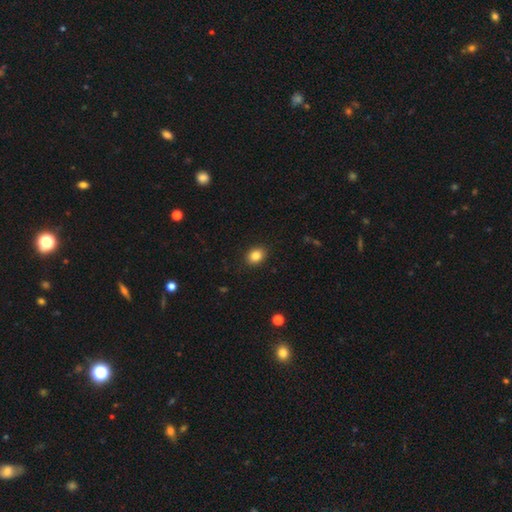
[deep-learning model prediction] Overall: smooth (85%). How rounded: in between (58%; round 41%). Merging: none (89%).